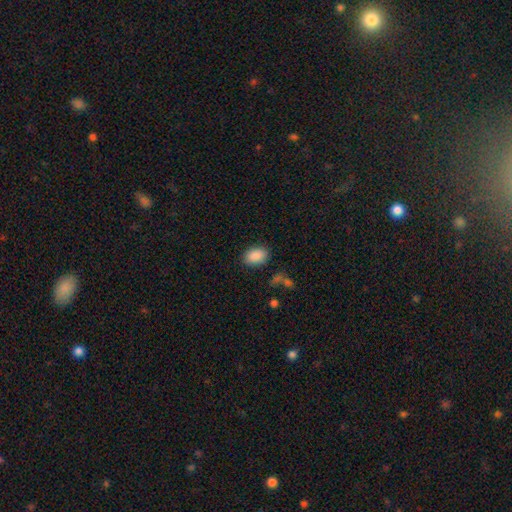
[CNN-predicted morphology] A smooth galaxy with no disk features (89%) that is in between round and cigar-shaped (84%).

Vote fractions:
- Smooth or featured? smooth: 89% / star or artifact: 7% / featured or disk: 4%
- How rounded? in between: 84% / round: 14% / cigar-shaped: 1%
- Merging? none: 84% / minor disturbance: 10% / major disturbance: 3% / merger: 2%